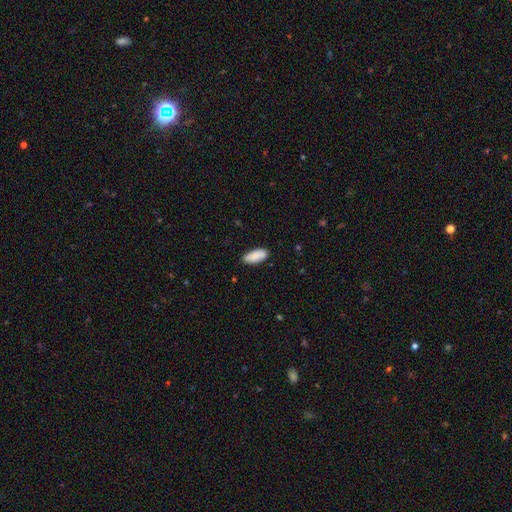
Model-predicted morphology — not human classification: This is clearly a smooth galaxy (85%). How rounded: clearly in between (84%). Merging: clearly none (83%).